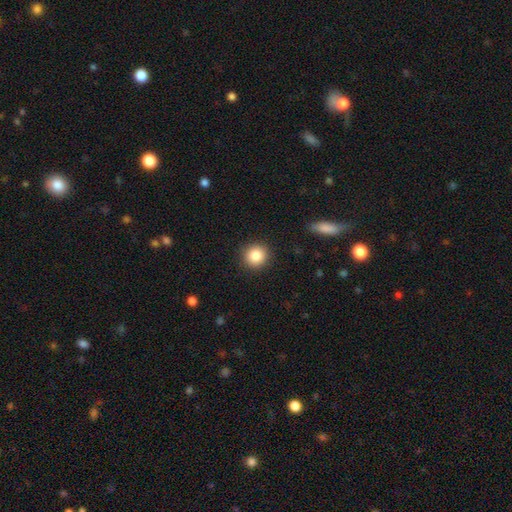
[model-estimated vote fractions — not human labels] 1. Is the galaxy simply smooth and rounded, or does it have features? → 85% smooth, 9% star or artifact, 5% featured or disk.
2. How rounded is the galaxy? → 92% round, 7% in between, 1% cigar-shaped.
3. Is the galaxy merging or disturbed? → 91% none, 6% minor disturbance, 2% major disturbance, 1% merger.